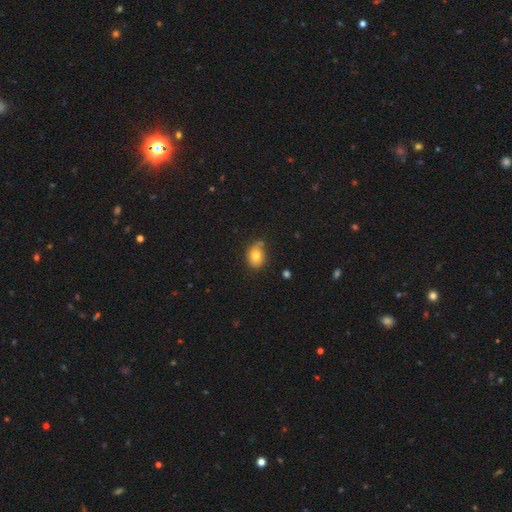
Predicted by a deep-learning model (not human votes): A smooth galaxy with no disk features (78%) that is in between round and cigar-shaped (67%).

Vote fractions:
- Smooth or featured? smooth: 78% / featured or disk: 13% / star or artifact: 10%
- How rounded? in between: 67% / round: 31% / cigar-shaped: 1%
- Merging? none: 64% / minor disturbance: 26% / major disturbance: 6% / merger: 5%